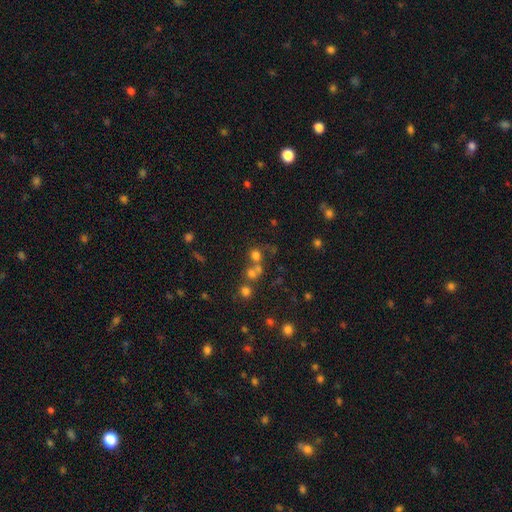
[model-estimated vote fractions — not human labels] The model was most divided on "smooth or featured": star or artifact: 43%, smooth: 42%, featured or disk: 16%.